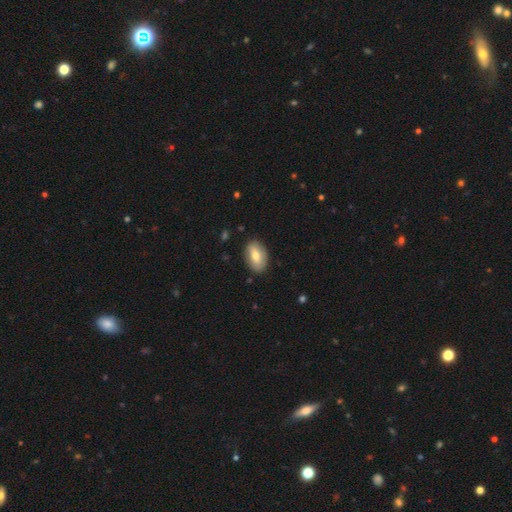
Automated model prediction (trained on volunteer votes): Smooth or featured?
  - smooth: 68% *
  - featured or disk: 26%
  - star or artifact: 6%
How rounded?
  - in between: 92% *
  - round: 6%
  - cigar-shaped: 3%
Merging?
  - none: 85% *
  - minor disturbance: 12%
  - major disturbance: 2%
  - merger: 1%